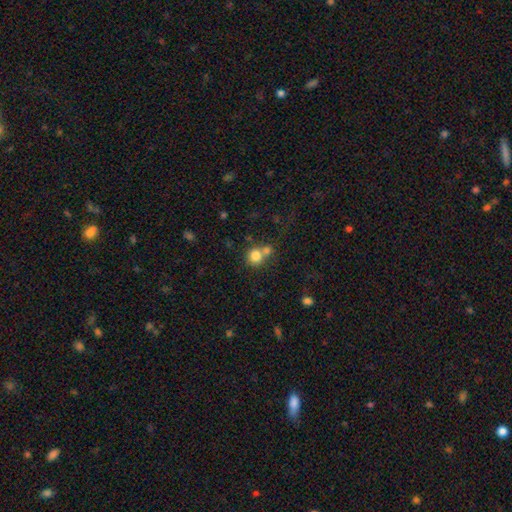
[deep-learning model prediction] smooth-or-featured: smooth: 80% | star or artifact: 11% | featured or disk: 8%
  how-rounded: round: 89% | in between: 10% | cigar-shaped: 1%
  merging: none: 51% | merger: 37% | minor disturbance: 8% | major disturbance: 4%